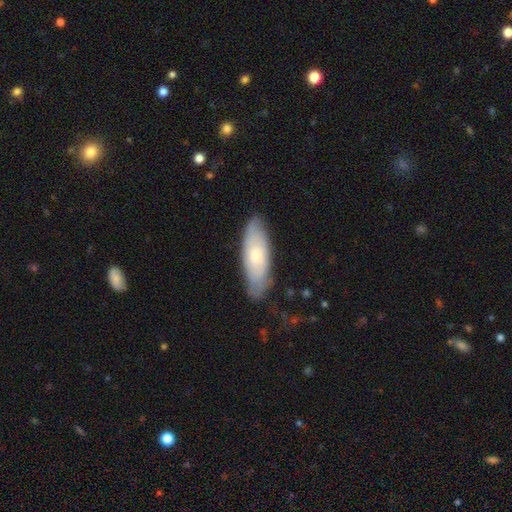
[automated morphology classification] The model was most divided on "smooth or featured": smooth: 57%, featured or disk: 37%, star or artifact: 6%. More confident: merging — none (75%); how rounded — in between (61%).